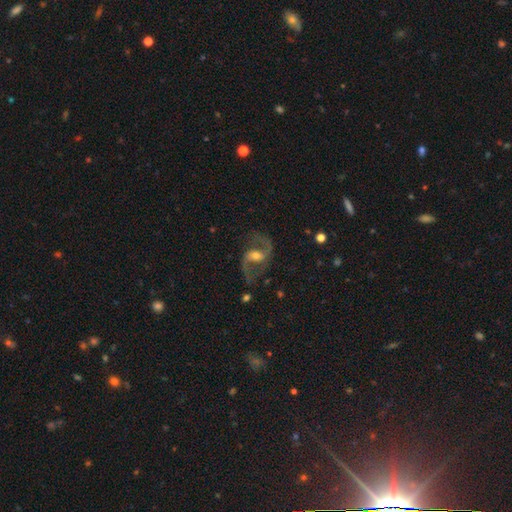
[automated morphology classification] This is clearly a featured or disk galaxy (89%). It is clearly not viewed edge-on (97%). Bar: possibly weak (48%). Spiral arm pattern: clearly yes (96%). Spiral arm count: clearly 2 (94%). Spiral winding: possibly loose (55%). Central bulge: possibly moderate (58%). Merging: likely none (76%).